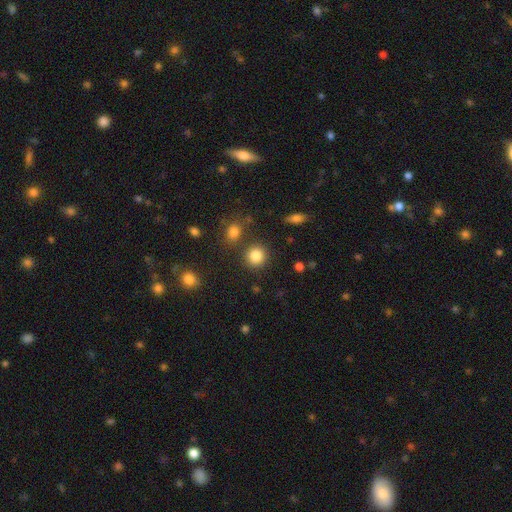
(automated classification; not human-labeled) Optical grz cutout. It shows a smooth galaxy with no disk features (85%) that is round (89%). Merging: none (83%).